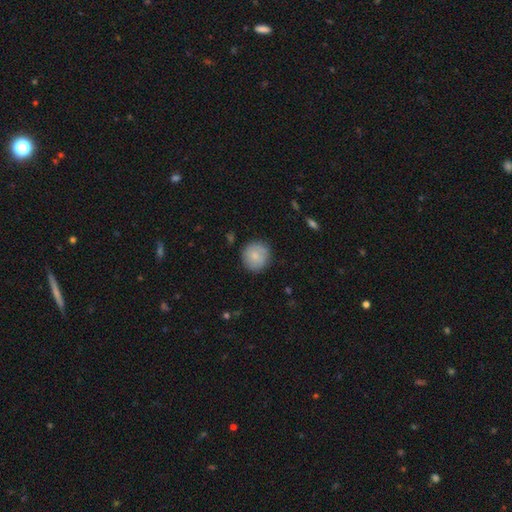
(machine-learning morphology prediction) Smooth or featured? Predicted: smooth (p=0.81). How rounded? Predicted: round (p=0.92). Merging? Predicted: none (p=0.84).